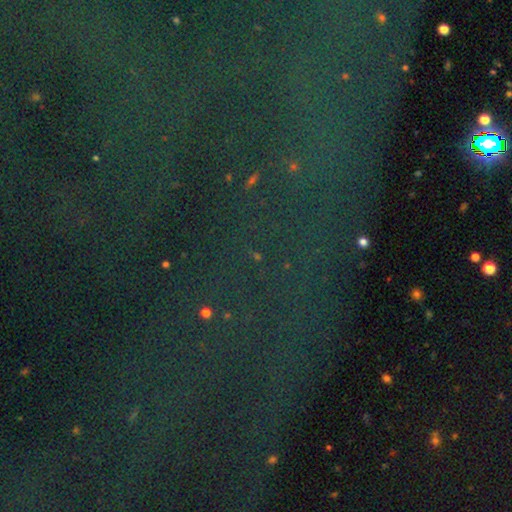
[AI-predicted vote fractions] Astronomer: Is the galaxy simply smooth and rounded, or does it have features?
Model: star or artifact — 81%.